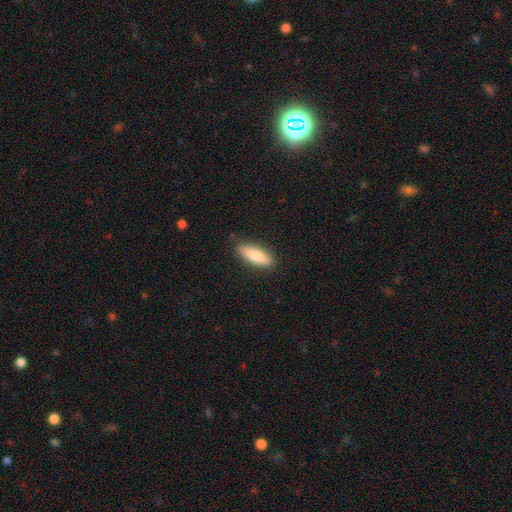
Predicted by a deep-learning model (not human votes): Smooth or featured?
  - smooth: 75% *
  - featured or disk: 19%
  - star or artifact: 6%
How rounded?
  - in between: 51% *
  - cigar-shaped: 47%
  - round: 2%
Merging?
  - none: 86% *
  - minor disturbance: 11%
  - major disturbance: 2%
  - merger: 1%